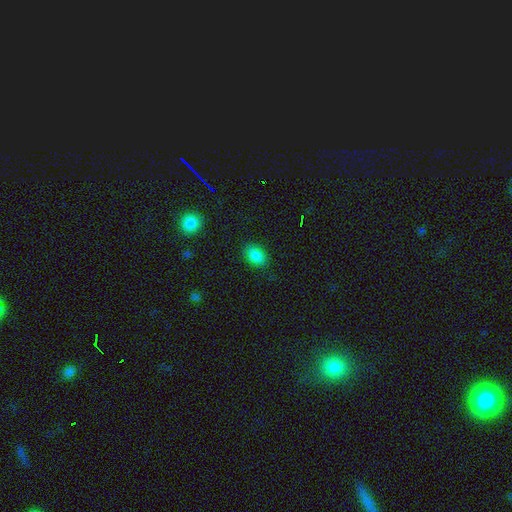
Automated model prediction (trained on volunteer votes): Overall: smooth (85%). How rounded: in between (81%). Merging: none (86%).